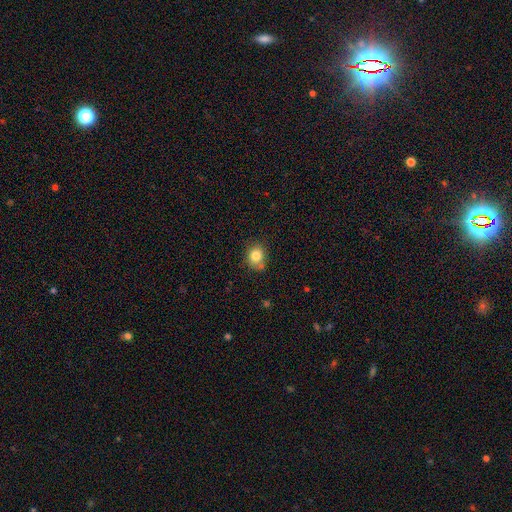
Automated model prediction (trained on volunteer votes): This is clearly a smooth galaxy (82%). How rounded: likely round (67%). Merging: likely none (70%).